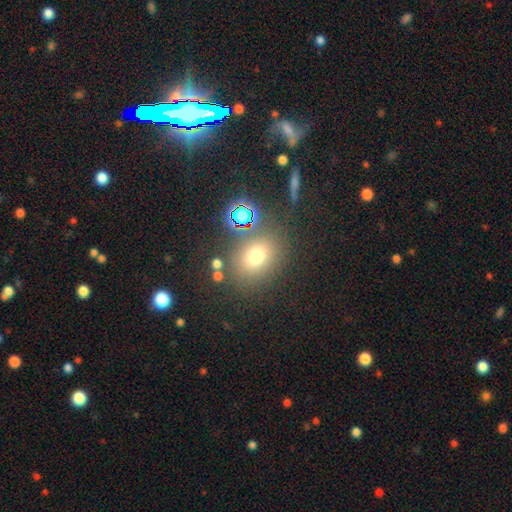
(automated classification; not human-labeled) smooth_or_featured: smooth (p=0.68) [alt: star or artifact p=0.21]
how_rounded: round (p=0.57) [alt: in between p=0.41]
merging: none (p=0.77) [alt: minor disturbance p=0.11]